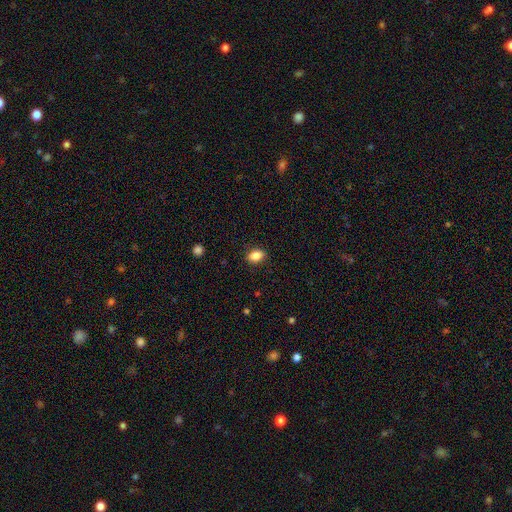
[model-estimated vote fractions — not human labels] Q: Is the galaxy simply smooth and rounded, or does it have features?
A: smooth — 85%.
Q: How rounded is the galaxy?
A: in between — 79%.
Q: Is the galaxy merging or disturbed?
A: none — 87%.